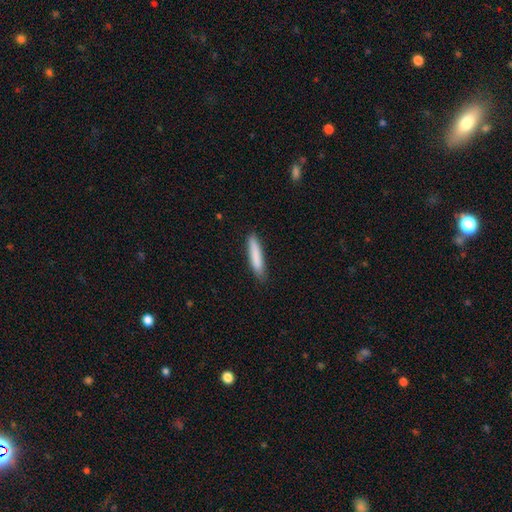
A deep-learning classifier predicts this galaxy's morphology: This is clearly a smooth galaxy (84%). How rounded: clearly cigar-shaped (90%). Merging: clearly none (87%).